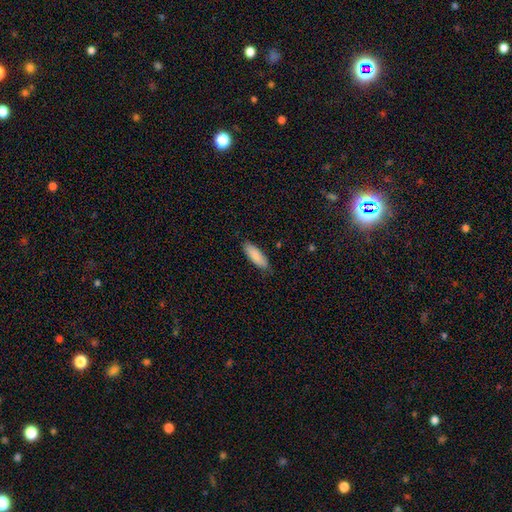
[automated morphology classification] This is clearly a smooth galaxy (86%). How rounded: likely in between (64%). Merging: clearly none (83%).